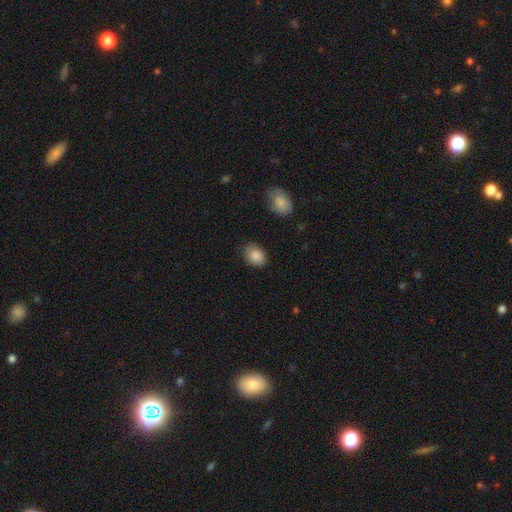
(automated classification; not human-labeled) Smooth or featured? Predicted: smooth (p=0.87). How rounded? Predicted: in between (p=0.71). Merging? Predicted: none (p=0.78).